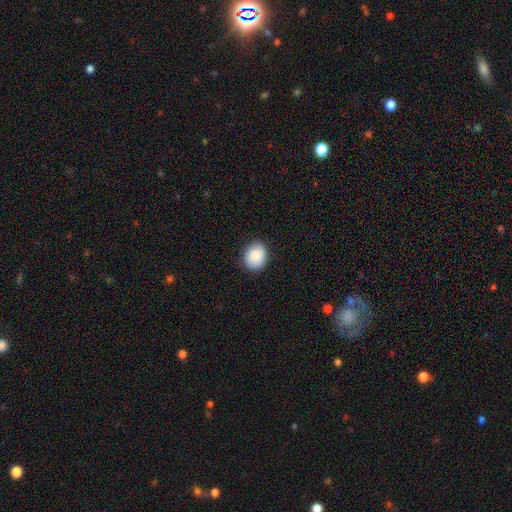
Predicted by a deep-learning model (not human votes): Overall: smooth (88%). How rounded: round (59%; in between 40%). Merging: none (87%).